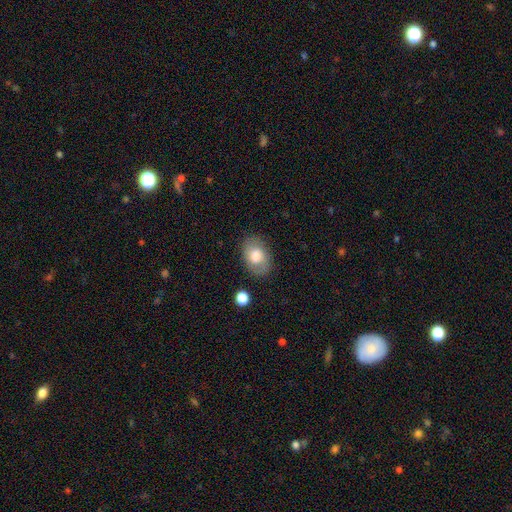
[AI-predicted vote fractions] A smooth galaxy with no disk features (67%) that is in between round and cigar-shaped (83%). Merging: none (79%).